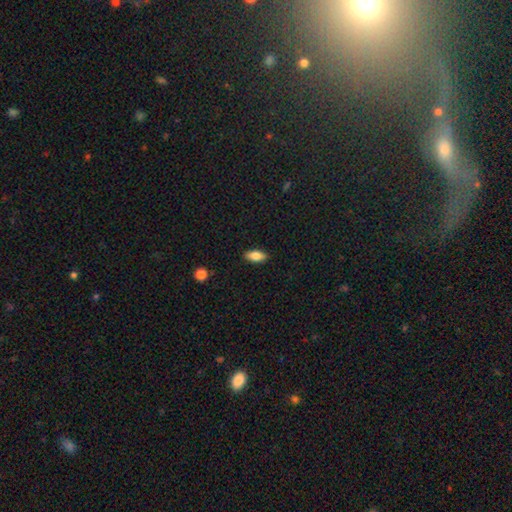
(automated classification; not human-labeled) smooth-or-featured: smooth: 82% | featured or disk: 11% | star or artifact: 7%
  how-rounded: in between: 87% | cigar-shaped: 10% | round: 3%
  merging: none: 88% | minor disturbance: 9% | major disturbance: 2% | merger: 1%